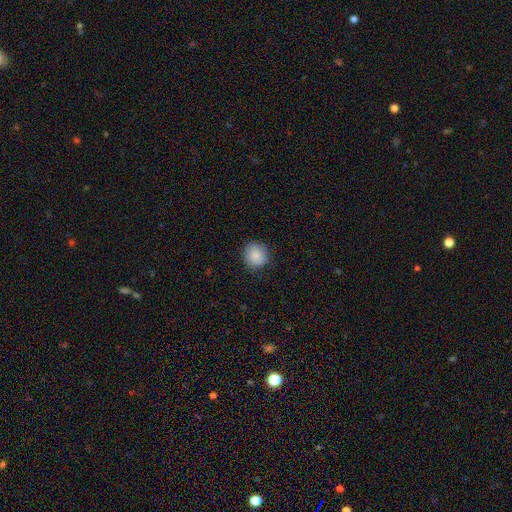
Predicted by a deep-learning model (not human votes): A smooth galaxy with no disk features (87%) that is round (87%). Merging: none (86%).